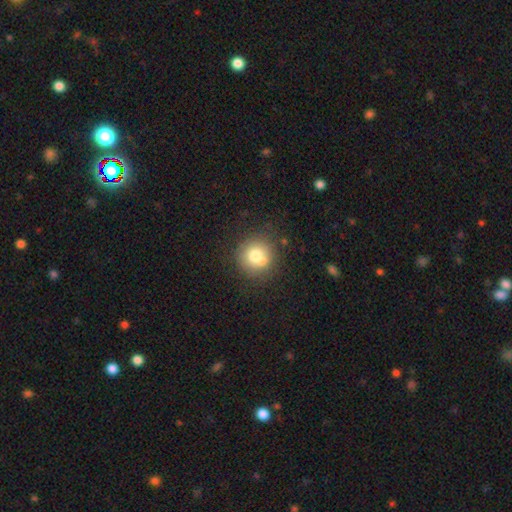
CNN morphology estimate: Overall: smooth (75%). How rounded: round (92%). Merging: none (74%).